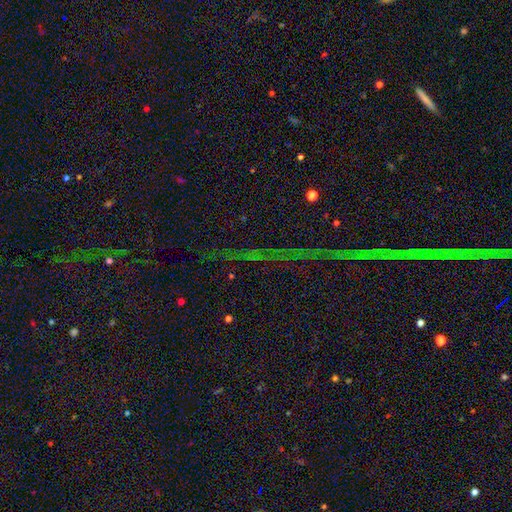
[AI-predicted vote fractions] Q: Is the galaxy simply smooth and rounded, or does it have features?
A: star or artifact — 85%.